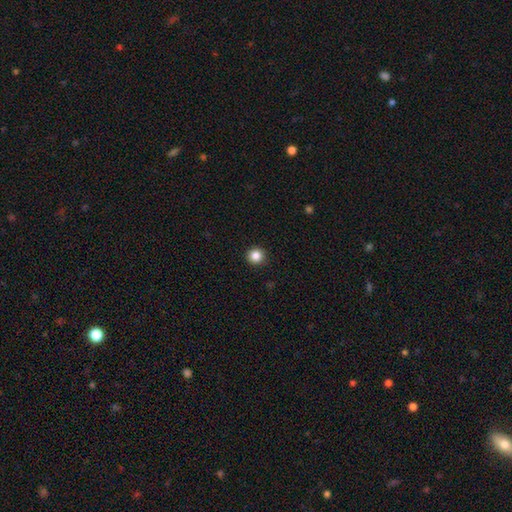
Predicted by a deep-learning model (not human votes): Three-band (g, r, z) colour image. It shows a smooth galaxy with no disk features (85%) that is round (95%). Merging: none (93%).